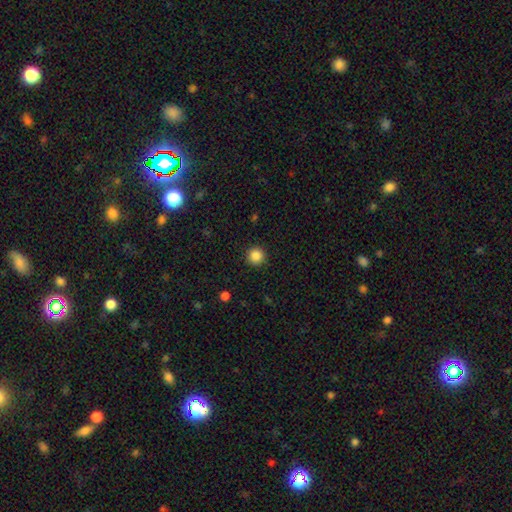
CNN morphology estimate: This is clearly a smooth galaxy (87%). How rounded: clearly round (95%). Merging: clearly none (92%).